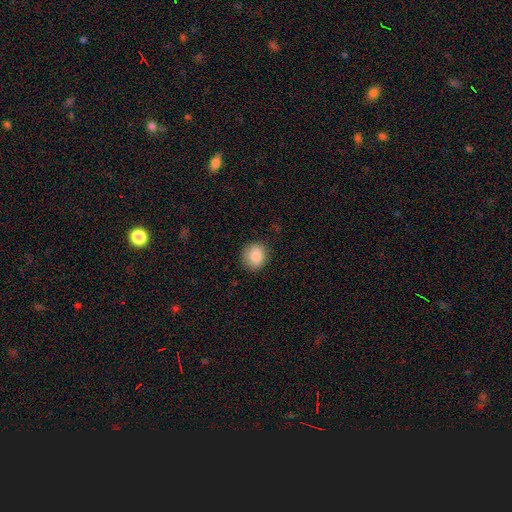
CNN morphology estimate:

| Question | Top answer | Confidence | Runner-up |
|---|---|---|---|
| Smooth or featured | smooth | 86% | star or artifact (8%) |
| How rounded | round | 76% | in between (23%) |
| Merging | none | 86% | minor disturbance (10%) |